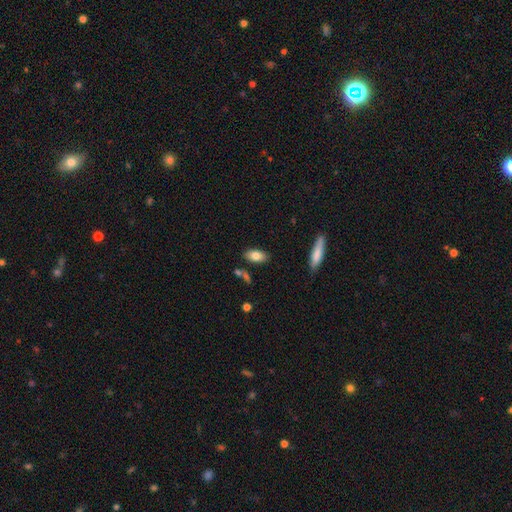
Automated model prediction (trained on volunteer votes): This is likely a smooth galaxy (79%). How rounded: clearly in between (88%). Merging: clearly none (82%).